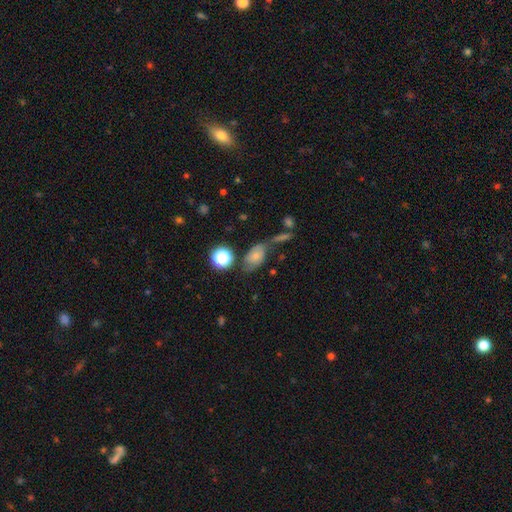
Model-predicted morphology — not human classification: The model was most divided on "merging": none: 46%, minor disturbance: 23%, merger: 16%, major disturbance: 14%. More confident: how rounded — in between (80%); smooth or featured — smooth (63%).